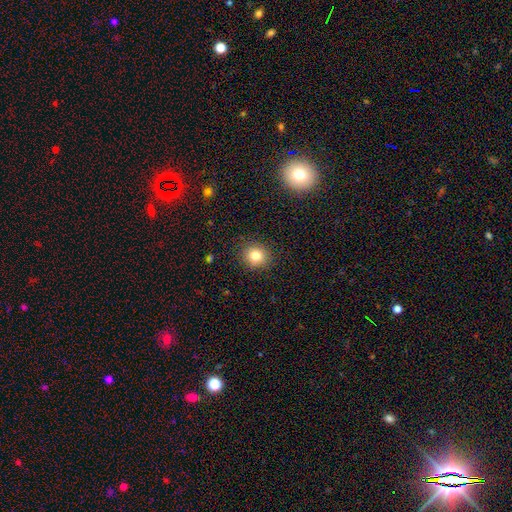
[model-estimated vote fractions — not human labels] Q: Smooth or featured?
A: smooth (80%); runner-up: star or artifact (12%)
Q: How rounded?
A: round (86%); runner-up: in between (14%)
Q: Merging?
A: none (89%); runner-up: minor disturbance (7%)